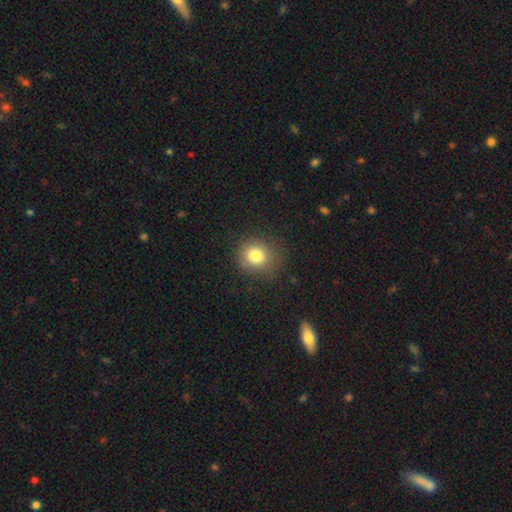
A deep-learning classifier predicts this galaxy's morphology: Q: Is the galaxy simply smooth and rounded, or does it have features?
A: smooth — 81%.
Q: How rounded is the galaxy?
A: round — 85%.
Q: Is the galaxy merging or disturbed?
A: none — 80%.